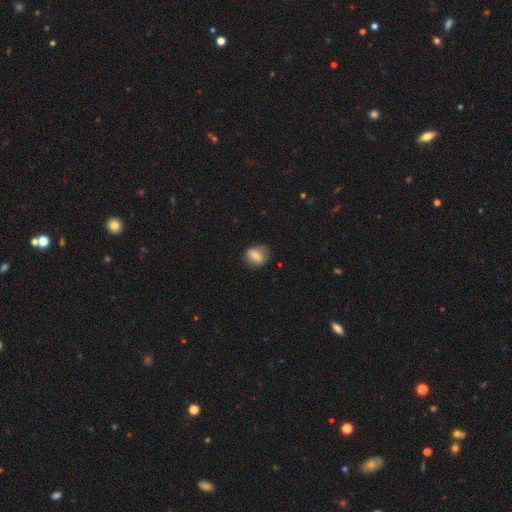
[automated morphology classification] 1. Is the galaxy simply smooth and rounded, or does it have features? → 64% smooth, 28% featured or disk, 8% star or artifact.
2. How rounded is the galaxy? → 54% round, 44% in between, 2% cigar-shaped.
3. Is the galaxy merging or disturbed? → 76% none, 17% minor disturbance, 5% major disturbance, 1% merger.